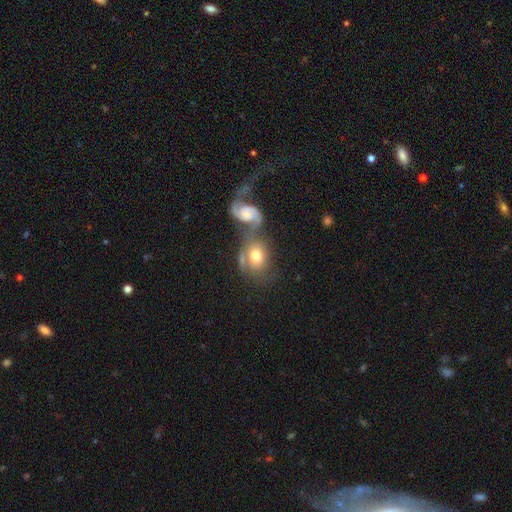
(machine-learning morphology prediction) Q: Smooth or featured?
A: smooth (58%); runner-up: featured or disk (34%)
Q: How rounded?
A: in between (59%); runner-up: round (39%)
Q: Merging?
A: merger (54%); runner-up: none (27%)